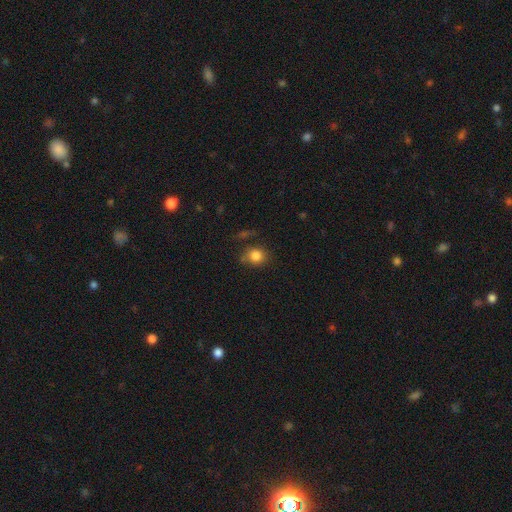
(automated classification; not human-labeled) This is clearly a smooth galaxy (83%). How rounded: likely round (76%). Merging: likely none (71%).